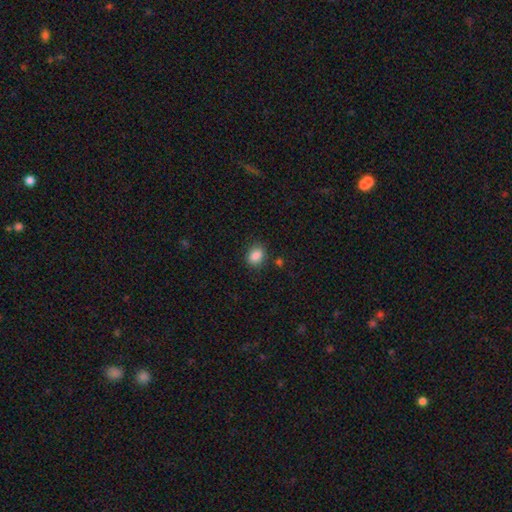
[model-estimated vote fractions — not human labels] Smooth or featured?
  - smooth: 87% *
  - star or artifact: 10%
  - featured or disk: 4%
How rounded?
  - in between: 63% *
  - round: 36%
  - cigar-shaped: 1%
Merging?
  - none: 80% *
  - minor disturbance: 14%
  - major disturbance: 4%
  - merger: 3%